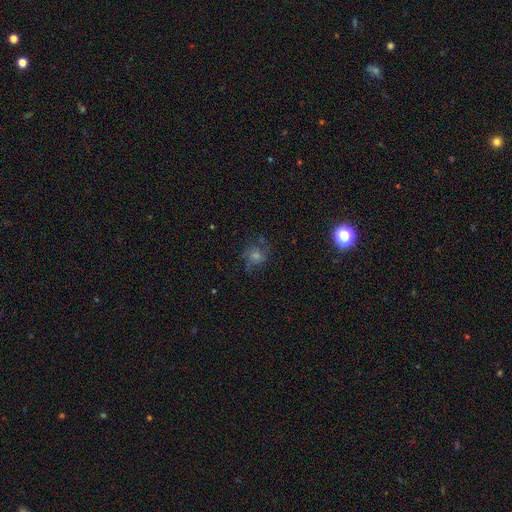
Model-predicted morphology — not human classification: Smooth or featured: featured or disk — 43% (smooth — 31%)
Merging: none — 69% (minor disturbance — 17%)